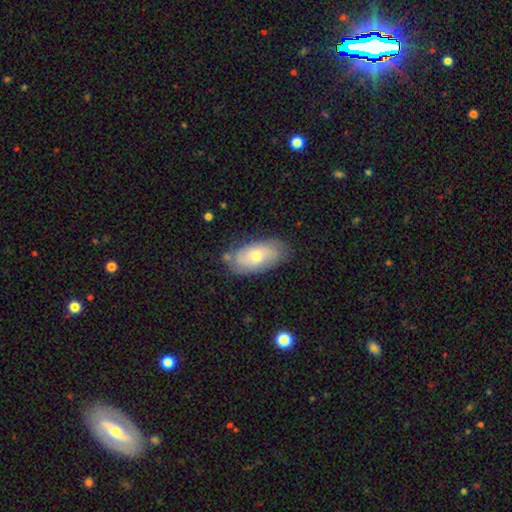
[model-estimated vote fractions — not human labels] A smooth galaxy with no disk features (53%) that is in between round and cigar-shaped (91%).

Vote fractions:
- Smooth or featured? smooth: 53% / featured or disk: 41% / star or artifact: 7%
- How rounded? in between: 91% / cigar-shaped: 5% / round: 4%
- Merging? none: 72% / minor disturbance: 20% / major disturbance: 5% / merger: 4%